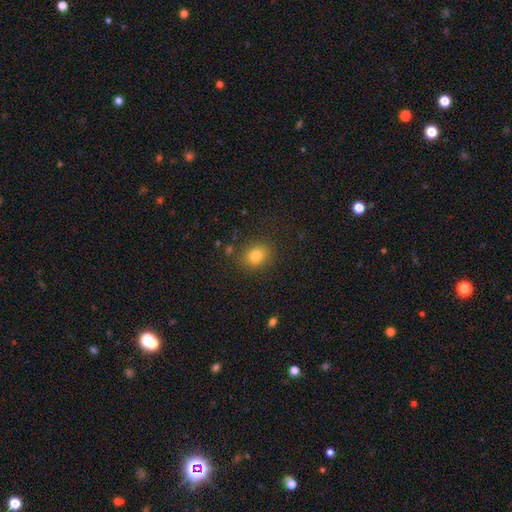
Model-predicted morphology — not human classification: type=smooth (80%); roundness=round (55%); merging=none (83%).